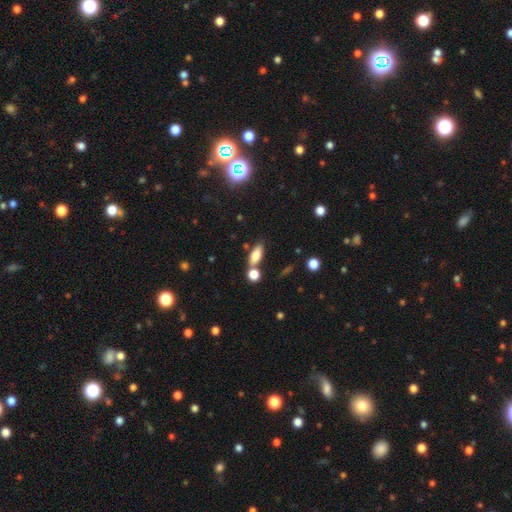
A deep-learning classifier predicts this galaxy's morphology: Q: Smooth or featured?
A: smooth (77%); runner-up: featured or disk (14%)
Q: How rounded?
A: in between (75%); runner-up: cigar-shaped (19%)
Q: Merging?
A: none (64%); runner-up: merger (19%)